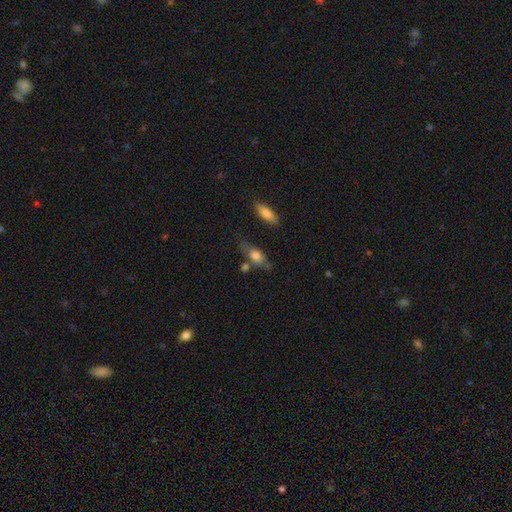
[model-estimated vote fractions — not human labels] Smooth or featured?
  - smooth: 63% *
  - featured or disk: 30%
  - star or artifact: 7%
How rounded?
  - in between: 66% *
  - cigar-shaped: 27%
  - round: 7%
Merging?
  - none: 62% *
  - minor disturbance: 20%
  - merger: 12%
  - major disturbance: 6%